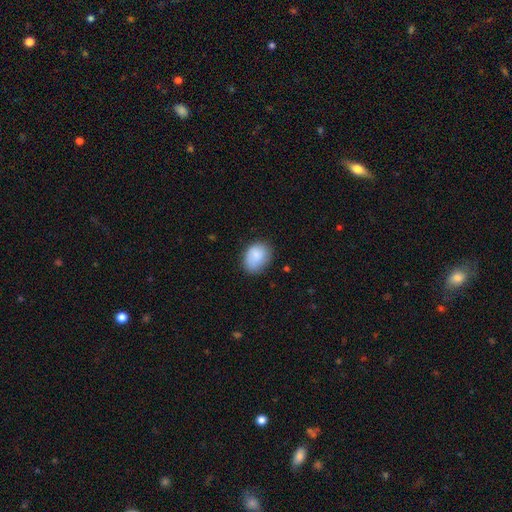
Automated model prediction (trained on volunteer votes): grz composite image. It shows a smooth galaxy with no disk features (86%) that is in between round and cigar-shaped (66%). Merging: none (72%).